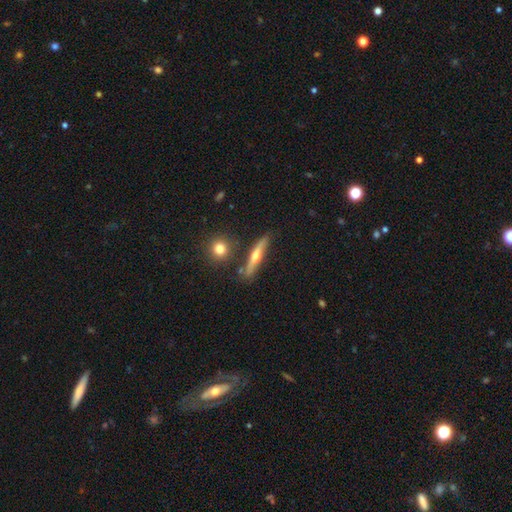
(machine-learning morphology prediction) Q: Smooth or featured?
A: featured or disk (58%); runner-up: smooth (35%)
Q: Edge-on disk?
A: yes (93%); runner-up: no (7%)
Q: Edge-on bulge?
A: rounded (89%); runner-up: none (8%)
Q: Merging?
A: none (80%); runner-up: minor disturbance (12%)